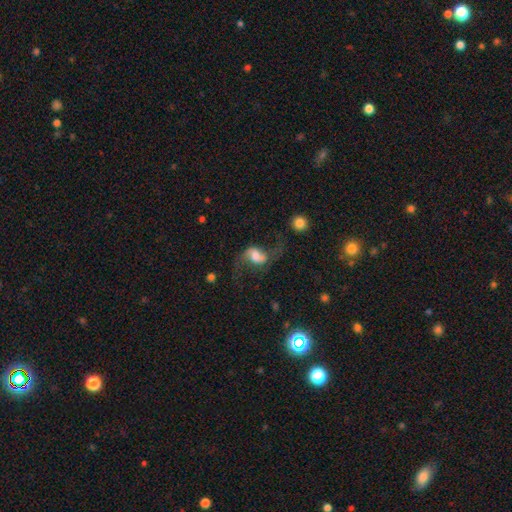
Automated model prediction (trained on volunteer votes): A featured or disk galaxy (74%) with a weak bar (45%), 2 (92%) loose (82%) spiral arms (93%) and a moderate central bulge (41%).

Vote fractions:
- Smooth or featured? featured or disk: 74% / smooth: 18% / star or artifact: 8%
- Edge-on disk? no: 97% / yes: 3%
- Bar? weak: 45% / no: 39% / strong: 16%
- Spiral arms? yes: 93% / no: 7%
- Spiral winding? loose: 82% / medium: 15% / tight: 3%
- Spiral arm count? 2: 92% / 1: 3% / can't tell: 2% / 3: 1% / 4: 1% / more than 4: 1%
- Bulge size? moderate: 41% / large: 30% / small: 16% / none: 6% / dominant: 6%
- Merging? none: 54% / major disturbance: 25% / minor disturbance: 17% / merger: 4%